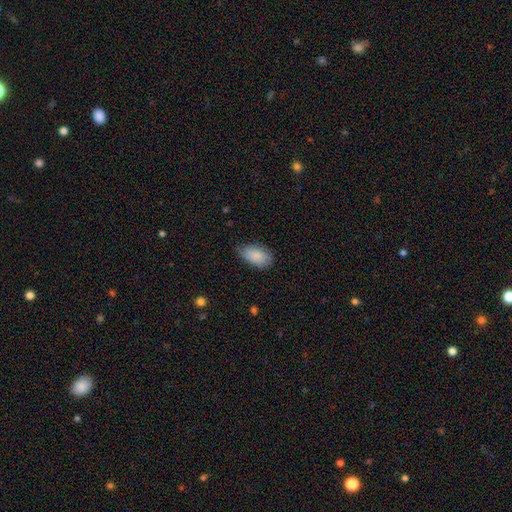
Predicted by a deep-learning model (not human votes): Morphology: type=smooth (87%); roundness=in between (94%); merging=none (63%).